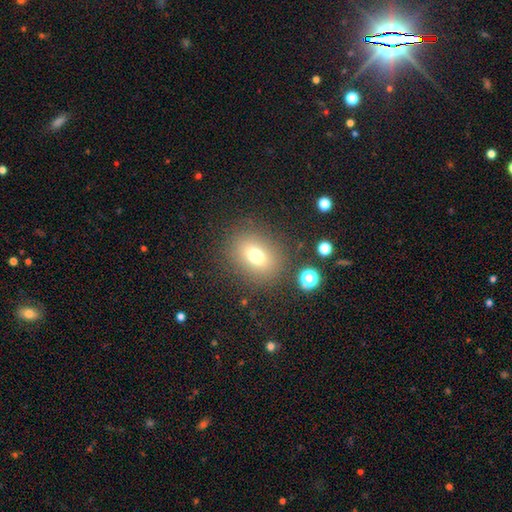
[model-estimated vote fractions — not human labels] Morphology: type=smooth (73%); roundness=round (52%); merging=none (83%).